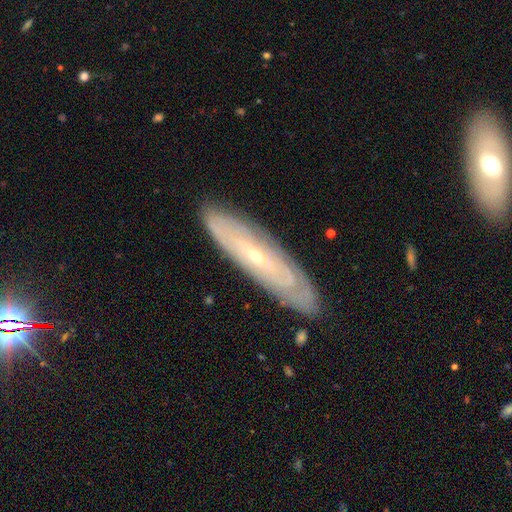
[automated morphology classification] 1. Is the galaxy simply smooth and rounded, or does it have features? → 73% featured or disk, 19% smooth, 7% star or artifact.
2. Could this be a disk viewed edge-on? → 65% no, 35% yes.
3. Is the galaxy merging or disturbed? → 86% none, 10% minor disturbance, 2% major disturbance, 1% merger.